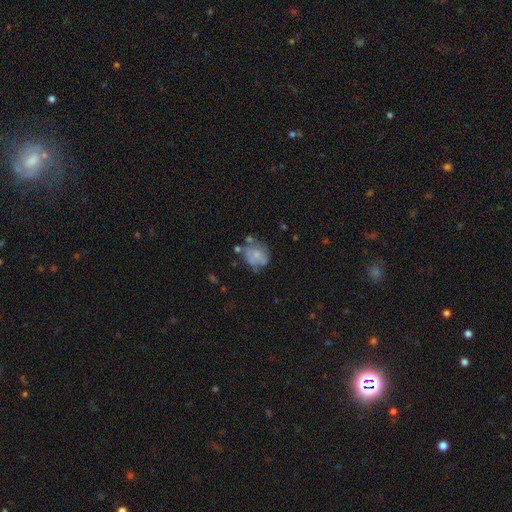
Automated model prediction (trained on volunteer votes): This is possibly a smooth galaxy (54%). How rounded: possibly round (57%). Merging: marginally none (41%).